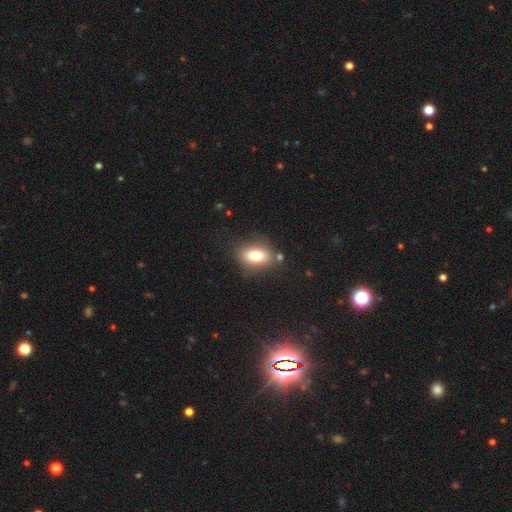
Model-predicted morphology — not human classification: Smooth or featured?
  - smooth: 75% *
  - featured or disk: 16%
  - star or artifact: 10%
How rounded?
  - in between: 79% *
  - round: 17%
  - cigar-shaped: 5%
Merging?
  - none: 77% *
  - minor disturbance: 13%
  - merger: 5%
  - major disturbance: 4%